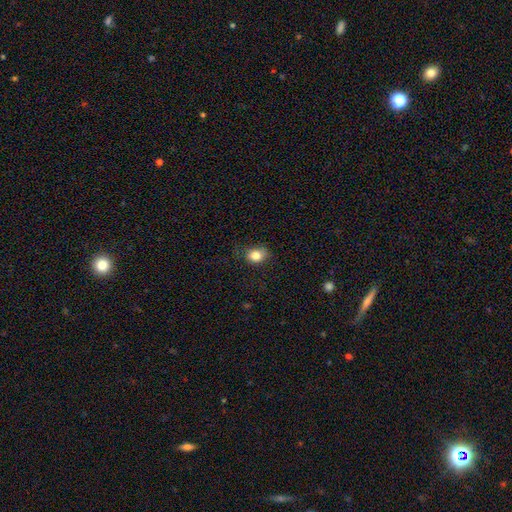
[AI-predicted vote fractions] smooth 82%, star or artifact 11%, featured or disk 8%. Down the decision tree: how rounded — round (52%); merging — none (74%).